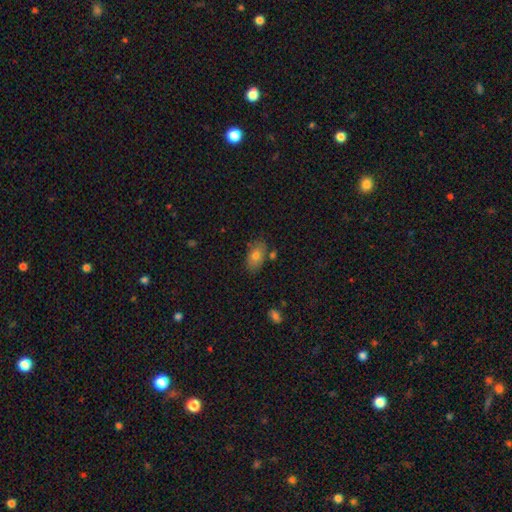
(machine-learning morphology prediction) This appears to be a smooth galaxy with no disk features (75%) that is in between round and cigar-shaped (89%). Merging: none (75%).